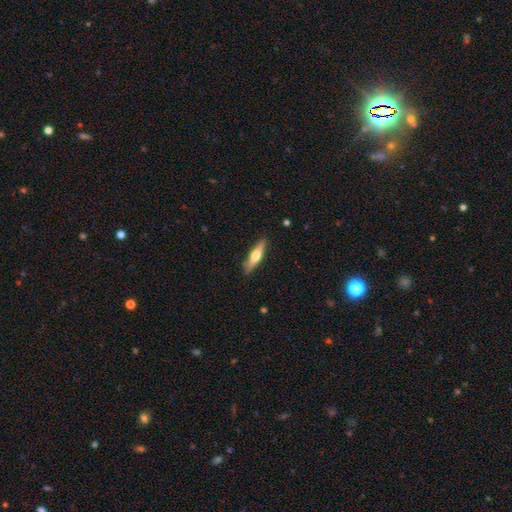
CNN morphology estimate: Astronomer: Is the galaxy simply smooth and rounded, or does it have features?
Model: featured or disk — 56% (runner-up: smooth, 39%).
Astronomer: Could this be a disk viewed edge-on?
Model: yes — 95%.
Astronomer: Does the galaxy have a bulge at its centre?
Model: rounded — 93%.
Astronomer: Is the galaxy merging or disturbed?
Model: none — 88%.